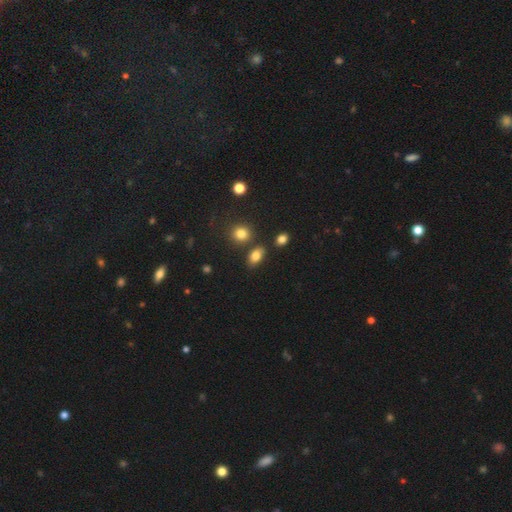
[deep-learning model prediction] Q: Smooth or featured?
A: smooth (81%); runner-up: star or artifact (11%)
Q: How rounded?
A: in between (81%); runner-up: round (16%)
Q: Merging?
A: none (76%); runner-up: minor disturbance (12%)